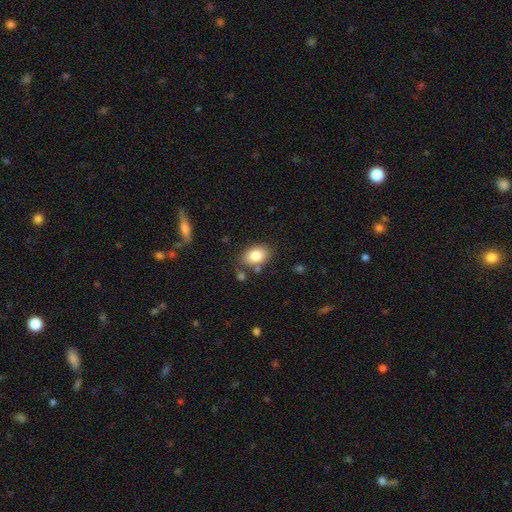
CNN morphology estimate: smooth 82%, featured or disk 10%, star or artifact 8%. Down the decision tree: how rounded — in between (82%); merging — none (75%).